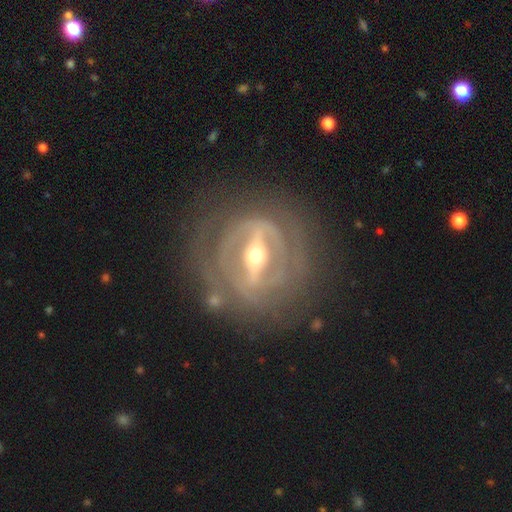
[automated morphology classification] Smooth or featured: featured or disk — 89% (smooth — 6%)
Edge-on disk: no — 83% (yes — 17%)
Bar: strong — 81% (weak — 14%)
Spiral arms: yes — 67% (no — 33%)
Bulge size: moderate — 56% (small — 38%)
Merging: none — 78% (minor disturbance — 12%)